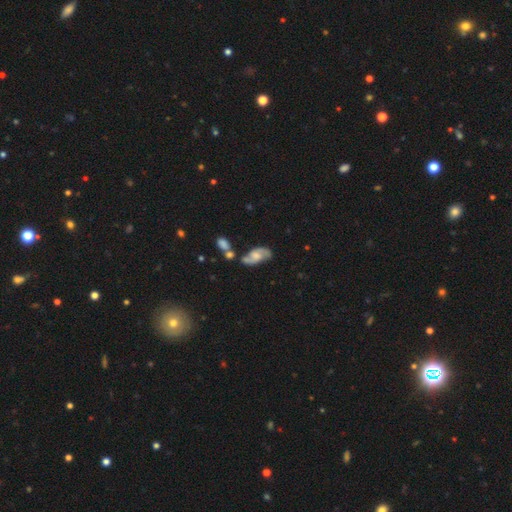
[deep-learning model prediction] Smooth or featured? featured or disk (72%)
Edge-on disk? no (95%)
Bar? no (55%)
Spiral arms? yes (92%)
Spiral winding? medium (45%)
Spiral arm count? 2 (88%)
Bulge size? moderate (42%)
Merging? none (49%)